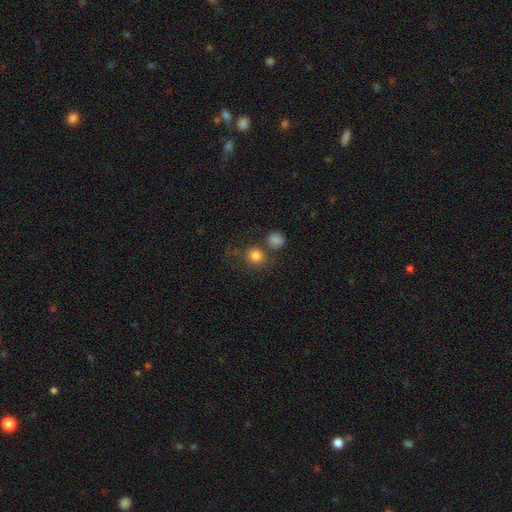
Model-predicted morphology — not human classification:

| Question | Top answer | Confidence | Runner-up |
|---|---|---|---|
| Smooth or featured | smooth | 80% | star or artifact (12%) |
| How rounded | round | 85% | in between (14%) |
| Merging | none | 63% | merger (18%) |